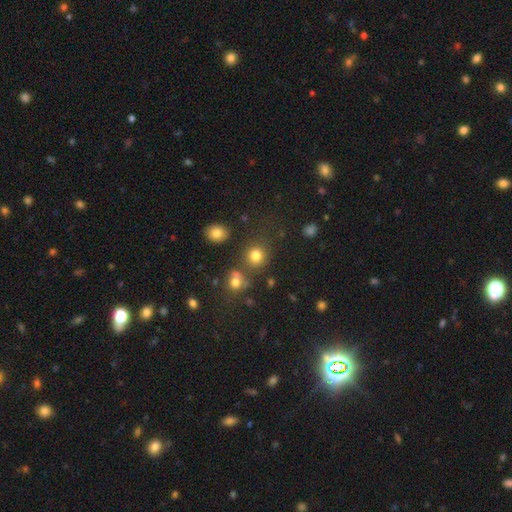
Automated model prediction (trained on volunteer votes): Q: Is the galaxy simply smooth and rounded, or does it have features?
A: smooth — 80%.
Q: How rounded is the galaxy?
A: round — 86%.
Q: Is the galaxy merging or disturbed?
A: none — 74%.